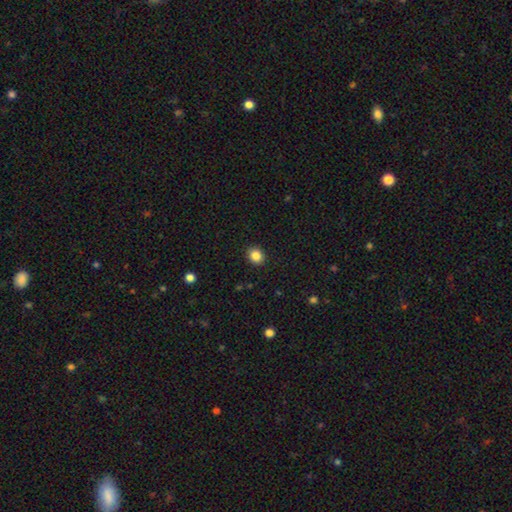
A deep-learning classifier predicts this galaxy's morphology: Smooth or featured? smooth (86%)
How rounded? round (67%)
Merging? none (91%)